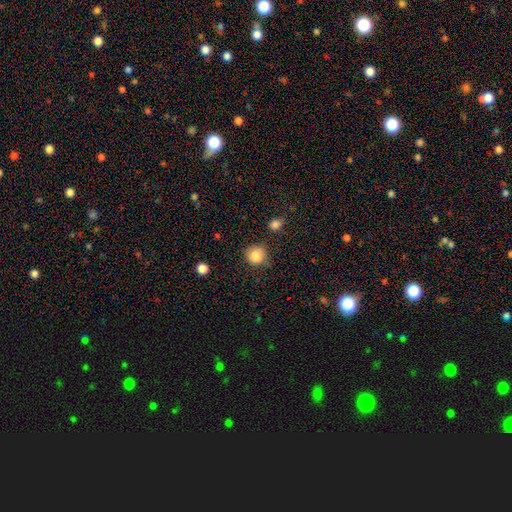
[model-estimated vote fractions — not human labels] smooth_or_featured: smooth (p=0.86) [alt: star or artifact p=0.10]
how_rounded: round (p=0.91) [alt: in between p=0.08]
merging: none (p=0.76) [alt: minor disturbance p=0.16]